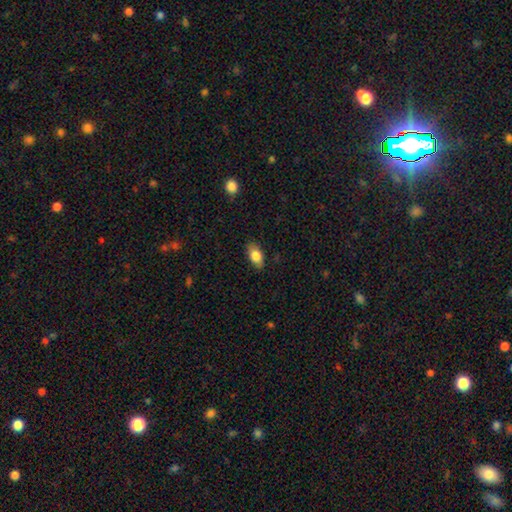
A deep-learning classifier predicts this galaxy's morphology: Smooth or featured?
  - smooth: 81% *
  - featured or disk: 12%
  - star or artifact: 7%
How rounded?
  - in between: 90% *
  - round: 6%
  - cigar-shaped: 4%
Merging?
  - none: 81% *
  - minor disturbance: 15%
  - major disturbance: 3%
  - merger: 1%